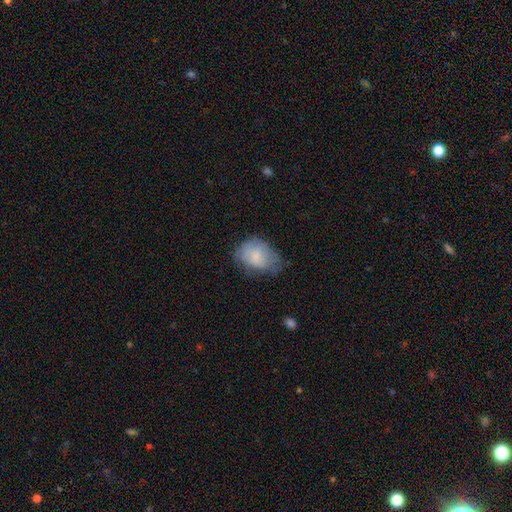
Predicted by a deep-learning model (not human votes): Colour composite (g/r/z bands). It shows a smooth galaxy with no disk features (75%) that is in between round and cigar-shaped (76%). Merging: none (42%).